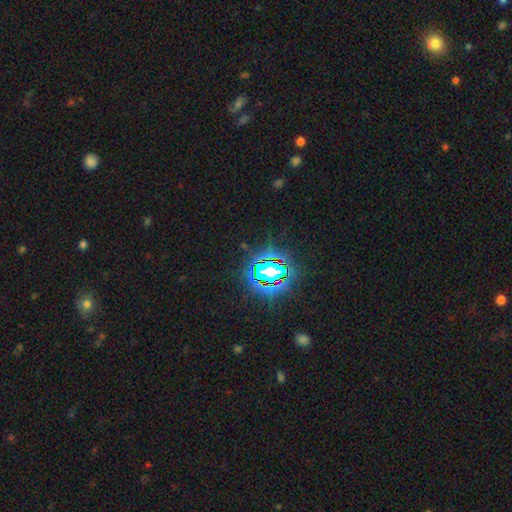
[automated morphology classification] Smooth or featured? Predicted: star or artifact (p=0.81).